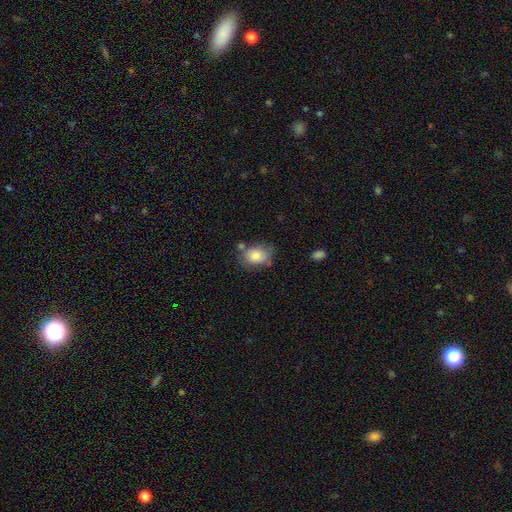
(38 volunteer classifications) Q: Smooth or featured?
A: smooth (87%); runner-up: featured or disk (11%)
Q: How rounded?
A: in between (82%); runner-up: round (12%)
Q: Merging?
A: none (59%); runner-up: merger (19%)